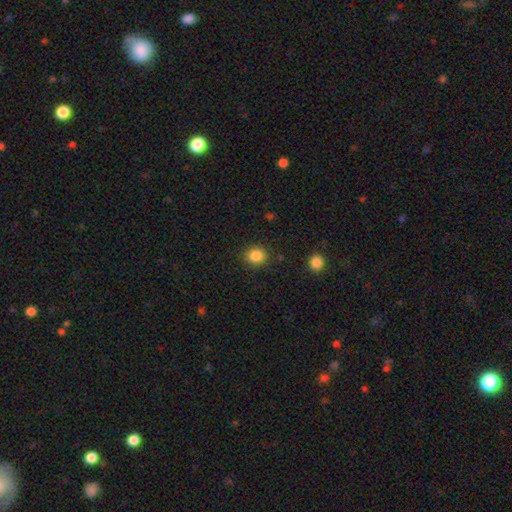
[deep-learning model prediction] Smooth or featured? Predicted: smooth (p=0.85). How rounded? Predicted: round (p=0.70). Merging? Predicted: none (p=0.86).